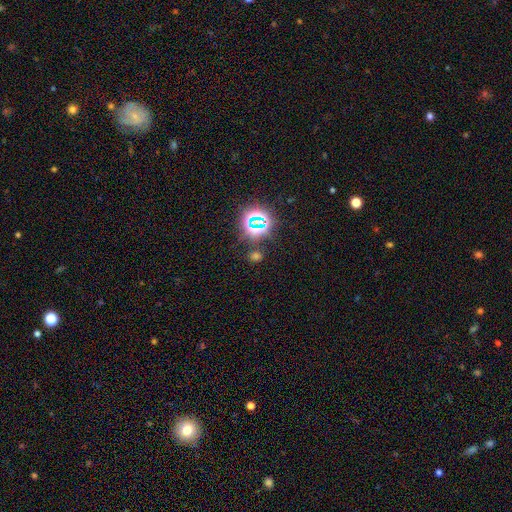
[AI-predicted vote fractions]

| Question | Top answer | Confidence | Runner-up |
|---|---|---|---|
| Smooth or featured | star or artifact | 54% | smooth (38%) |